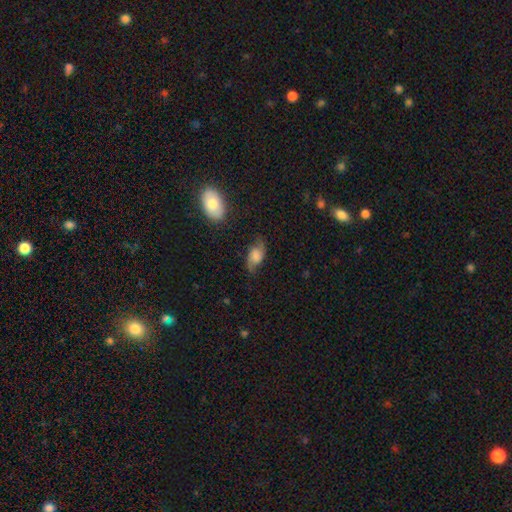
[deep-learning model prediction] A featured or disk galaxy (46%). Merging: none (62%).